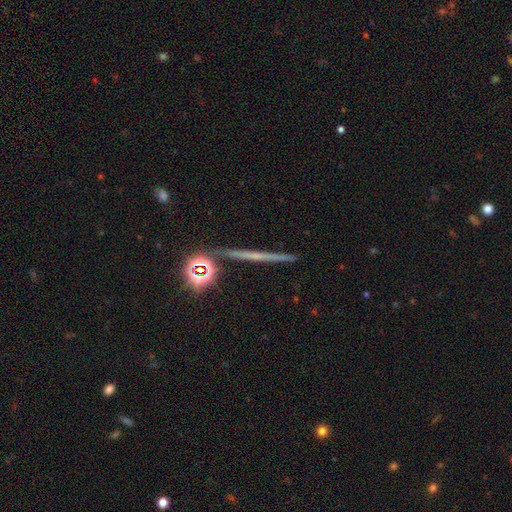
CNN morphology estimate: Smooth or featured?
  - featured or disk: 53% *
  - smooth: 26%
  - star or artifact: 21%
Edge-on disk?
  - yes: 95% *
  - no: 5%
Edge-on bulge?
  - none: 73% *
  - rounded: 20%
  - boxy: 7%
Merging?
  - none: 88% *
  - minor disturbance: 7%
  - merger: 3%
  - major disturbance: 2%